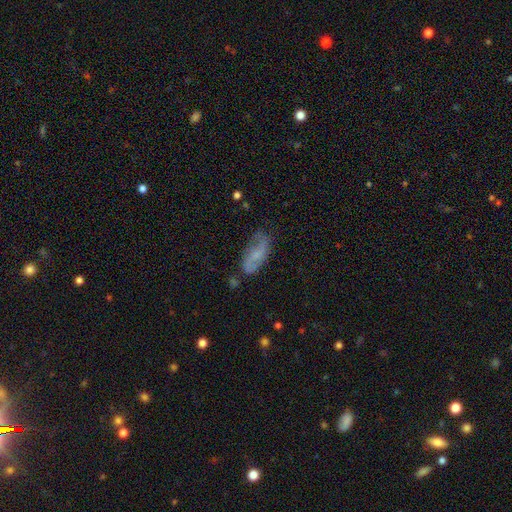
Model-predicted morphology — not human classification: This appears to be a featured or disk galaxy (61%) with no bar (49%), spiral arms (86%) and a small central bulge (53%). Merging: none (66%).